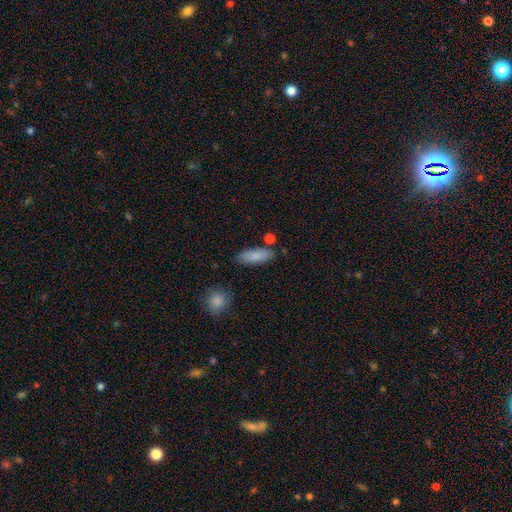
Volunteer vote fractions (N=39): A smooth galaxy with no disk features (97%) that is in between round and cigar-shaped (92%). Merging: none (87%).